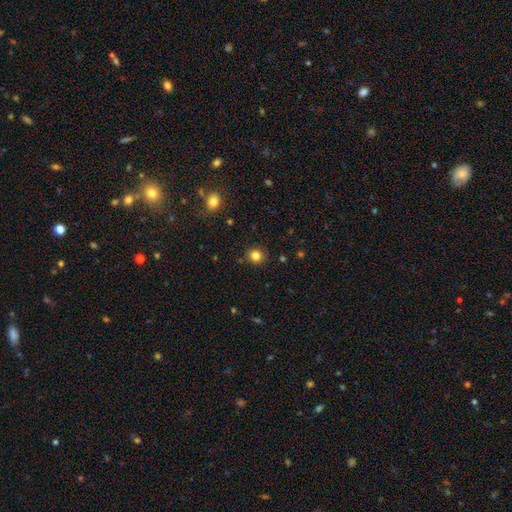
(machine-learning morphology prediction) Smooth or featured: smooth — 82% (star or artifact — 13%)
How rounded: round — 91% (in between — 8%)
Merging: none — 90% (minor disturbance — 7%)